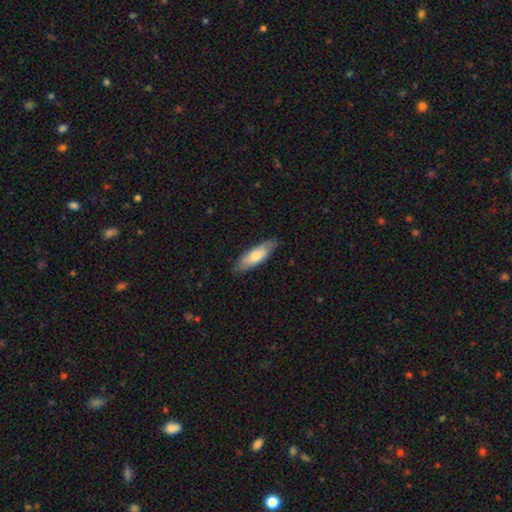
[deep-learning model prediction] Q: Smooth or featured?
A: smooth (69%); runner-up: featured or disk (26%)
Q: How rounded?
A: in between (56%); runner-up: cigar-shaped (43%)
Q: Merging?
A: none (80%); runner-up: minor disturbance (16%)